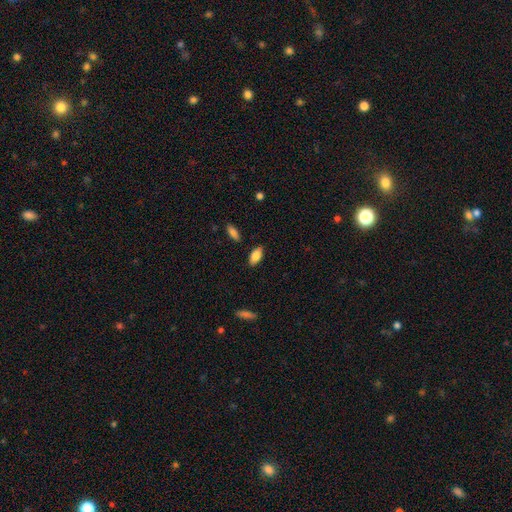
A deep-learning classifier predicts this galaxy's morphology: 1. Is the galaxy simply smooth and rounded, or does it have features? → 86% smooth, 7% featured or disk, 7% star or artifact.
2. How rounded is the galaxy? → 92% in between, 5% cigar-shaped, 3% round.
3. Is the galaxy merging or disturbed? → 84% none, 11% minor disturbance, 2% major disturbance, 2% merger.